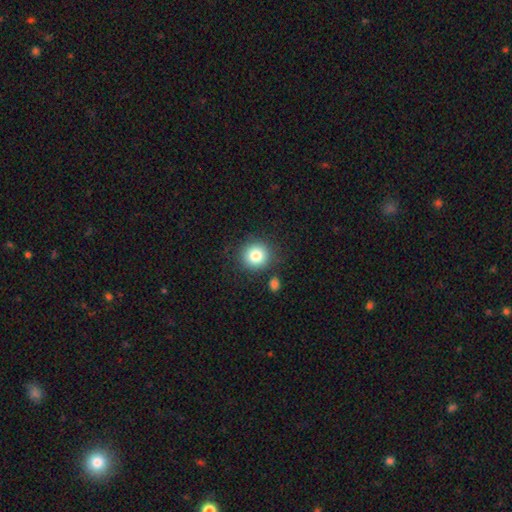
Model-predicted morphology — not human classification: The model was most divided on "smooth or featured": smooth: 82%, star or artifact: 11%, featured or disk: 7%. More confident: how rounded — round (92%); merging — none (83%).